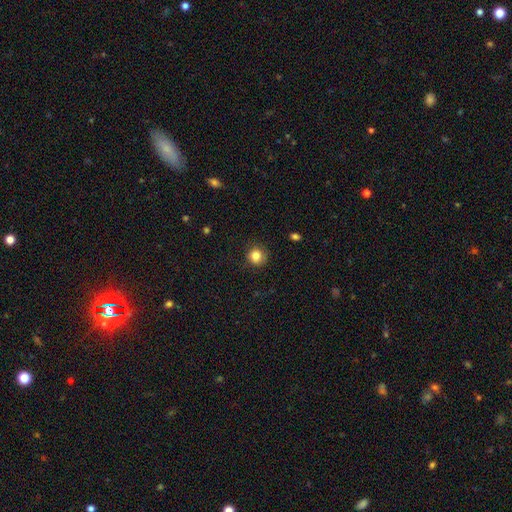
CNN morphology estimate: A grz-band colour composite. It shows a smooth galaxy with no disk features (83%) that is round (89%). Merging: none (83%).